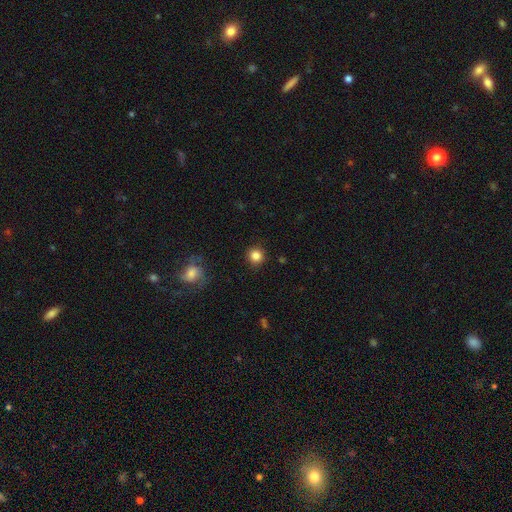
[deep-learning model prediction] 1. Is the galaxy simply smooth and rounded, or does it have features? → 85% smooth, 11% star or artifact, 5% featured or disk.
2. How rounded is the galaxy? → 93% round, 6% in between, 1% cigar-shaped.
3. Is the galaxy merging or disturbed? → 90% none, 6% minor disturbance, 2% major disturbance, 1% merger.